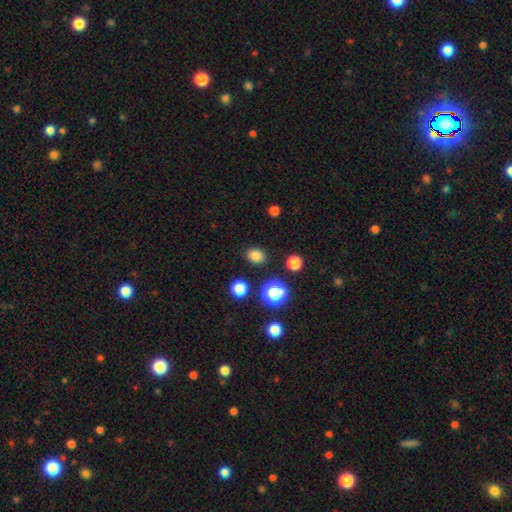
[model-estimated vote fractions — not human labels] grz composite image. It shows a smooth galaxy with no disk features (81%) that is round (54%). Merging: none (87%).